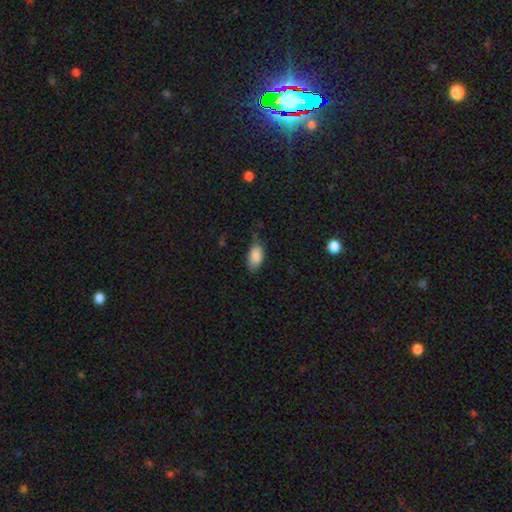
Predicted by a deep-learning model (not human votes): smooth-or-featured: smooth: 87% | star or artifact: 7% | featured or disk: 6%
  how-rounded: in between: 93% | cigar-shaped: 4% | round: 3%
  merging: none: 65% | minor disturbance: 28% | major disturbance: 6% | merger: 2%